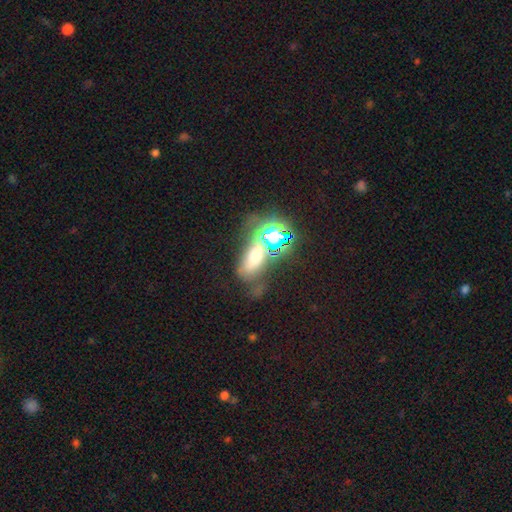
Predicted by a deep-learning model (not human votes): Overall: smooth (43%; star or artifact 36%). Merging: none (41%; merger 29%).